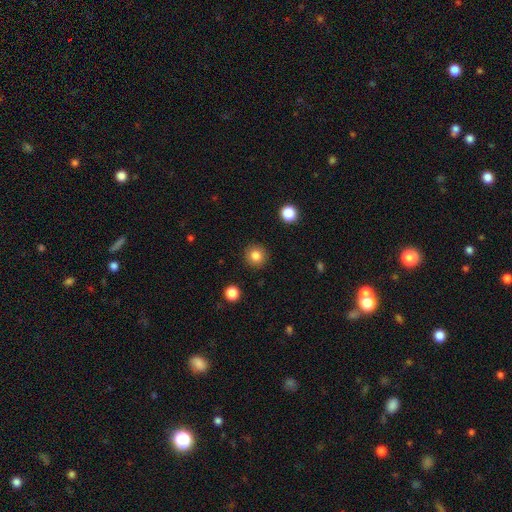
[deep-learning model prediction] Q: Smooth or featured?
A: smooth (83%); runner-up: star or artifact (11%)
Q: How rounded?
A: round (94%); runner-up: in between (5%)
Q: Merging?
A: none (91%); runner-up: minor disturbance (6%)